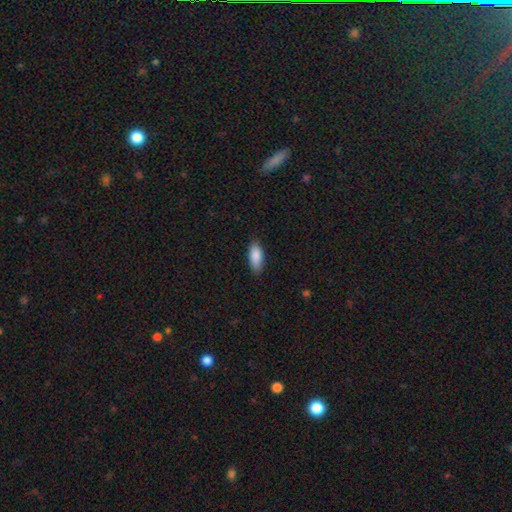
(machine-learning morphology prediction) Overall: smooth (88%). How rounded: in between (83%). Merging: none (84%).